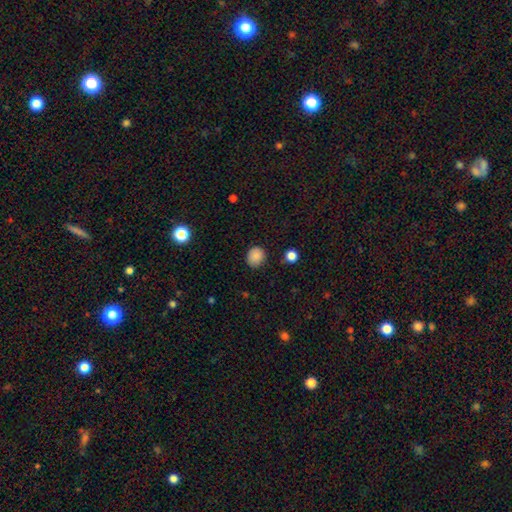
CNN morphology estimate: smooth 87%, star or artifact 10%, featured or disk 4%. Down the decision tree: how rounded — round (74%); merging — none (82%).